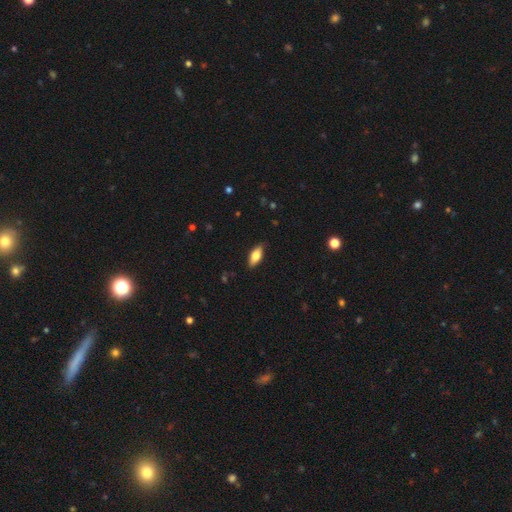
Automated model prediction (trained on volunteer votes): A smooth galaxy with no disk features (74%) that is in between round and cigar-shaped (84%). Merging: none (86%).